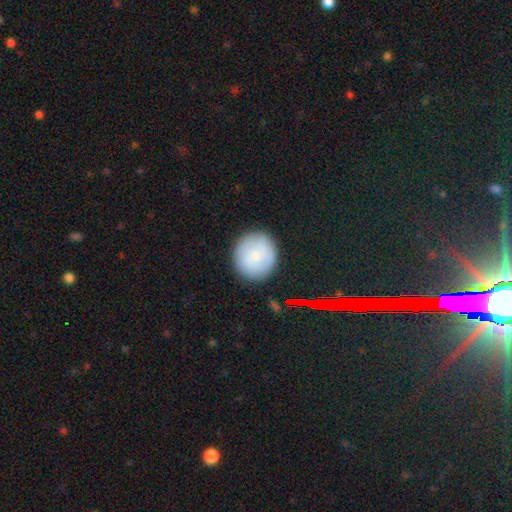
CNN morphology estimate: smooth 74%, featured or disk 18%, star or artifact 8%. Down the decision tree: how rounded — round (87%); merging — none (86%).